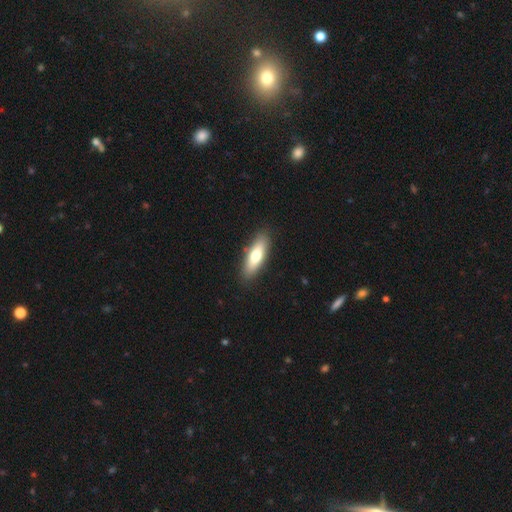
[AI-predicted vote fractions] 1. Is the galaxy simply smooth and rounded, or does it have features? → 67% smooth, 27% featured or disk, 6% star or artifact.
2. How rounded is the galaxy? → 53% in between, 45% cigar-shaped, 2% round.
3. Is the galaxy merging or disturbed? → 88% none, 9% minor disturbance, 2% major disturbance, 1% merger.